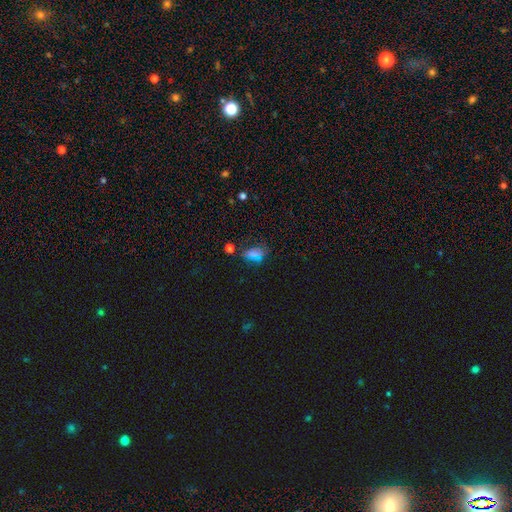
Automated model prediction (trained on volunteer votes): Overall: smooth (52%; star or artifact 38%). How rounded: in between (64%; round 26%). Merging: none (71%).